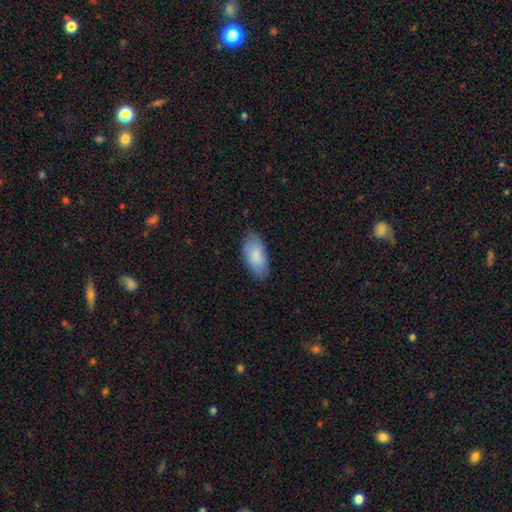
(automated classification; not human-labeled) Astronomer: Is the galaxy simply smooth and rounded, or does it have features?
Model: smooth — 86%.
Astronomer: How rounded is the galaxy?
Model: in between — 93%.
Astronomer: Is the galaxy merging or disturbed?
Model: none — 81%.